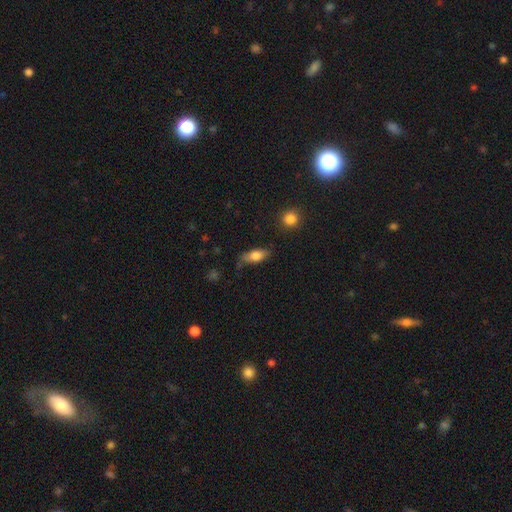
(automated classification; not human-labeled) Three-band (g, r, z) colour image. It shows a smooth galaxy with no disk features (76%) that is in between round and cigar-shaped (80%). Merging: none (70%).